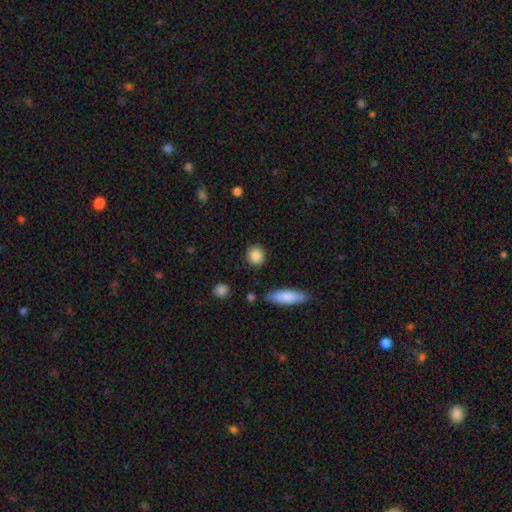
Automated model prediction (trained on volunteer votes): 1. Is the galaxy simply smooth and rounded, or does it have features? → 87% smooth, 8% star or artifact, 5% featured or disk.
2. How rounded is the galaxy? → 84% round, 14% in between, 2% cigar-shaped.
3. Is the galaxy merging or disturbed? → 88% none, 7% minor disturbance, 2% major disturbance, 2% merger.